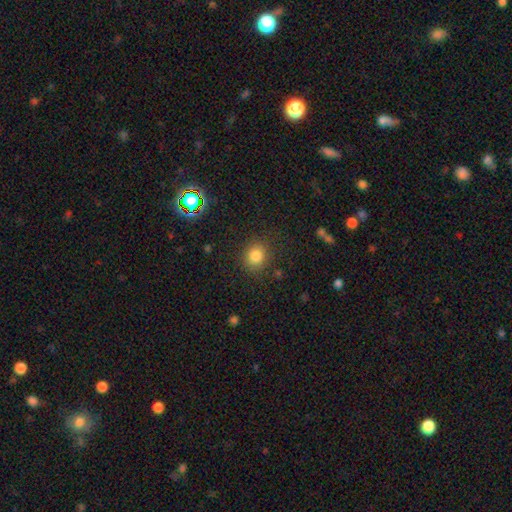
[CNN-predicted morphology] Smooth or featured? smooth (82%)
How rounded? round (72%)
Merging? none (84%)